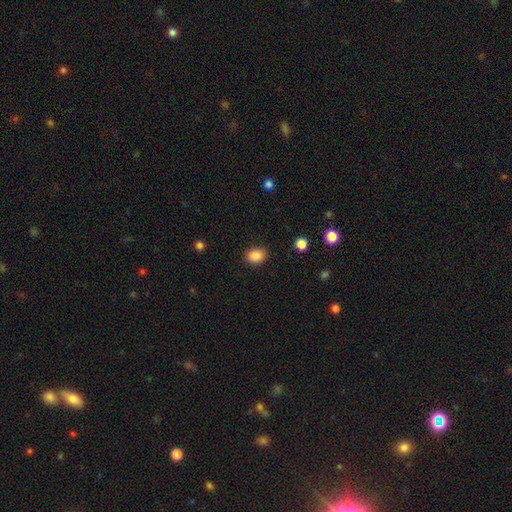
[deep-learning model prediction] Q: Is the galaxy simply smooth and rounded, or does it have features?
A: smooth — 87%.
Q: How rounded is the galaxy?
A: in between — 60%.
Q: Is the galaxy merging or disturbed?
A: none — 87%.